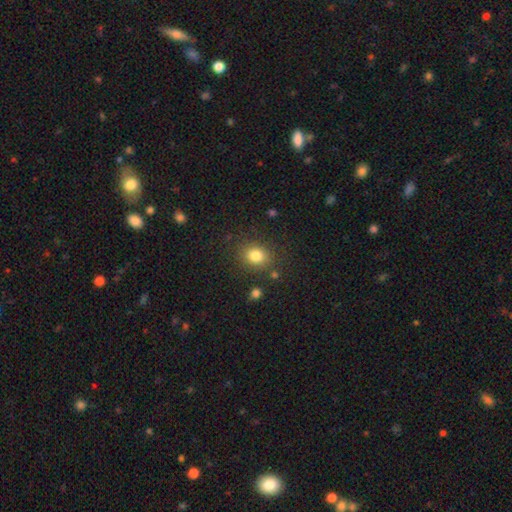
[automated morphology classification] smooth 82%, star or artifact 12%, featured or disk 7%. Down the decision tree: how rounded — round (56%); merging — none (82%).